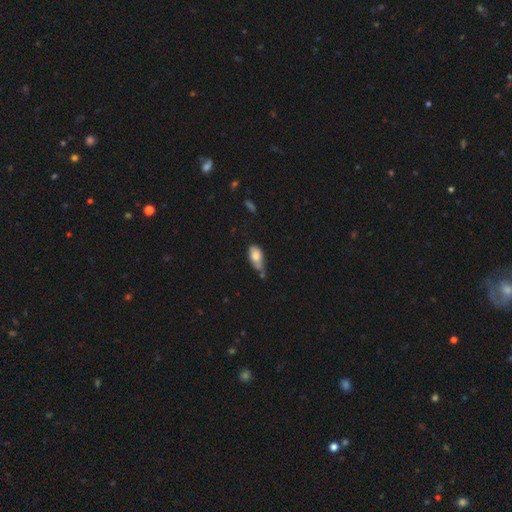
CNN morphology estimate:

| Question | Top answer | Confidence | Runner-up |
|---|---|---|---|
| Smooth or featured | smooth | 76% | featured or disk (17%) |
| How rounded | in between | 87% | cigar-shaped (7%) |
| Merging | minor disturbance | 39% | none (31%) |